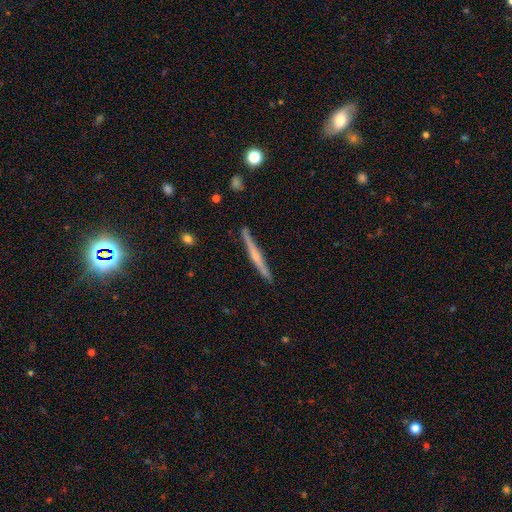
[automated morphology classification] The model was most divided on "edge-on bulge": rounded: 51%, none: 39%, boxy: 9%. More confident: edge-on disk — yes (98%); merging — none (89%); smooth or featured — featured or disk (64%).